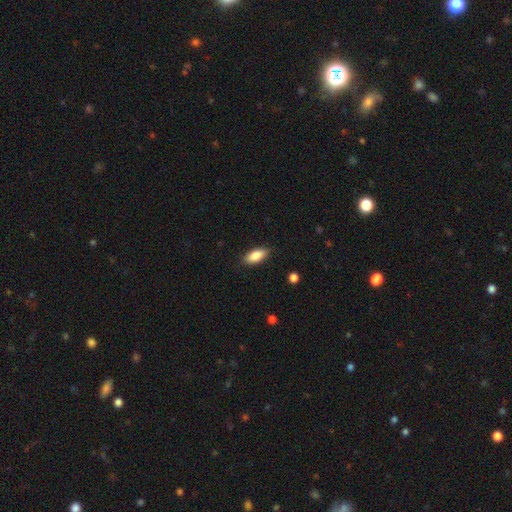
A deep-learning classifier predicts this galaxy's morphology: Smooth or featured? smooth (86%)
How rounded? in between (86%)
Merging? none (87%)